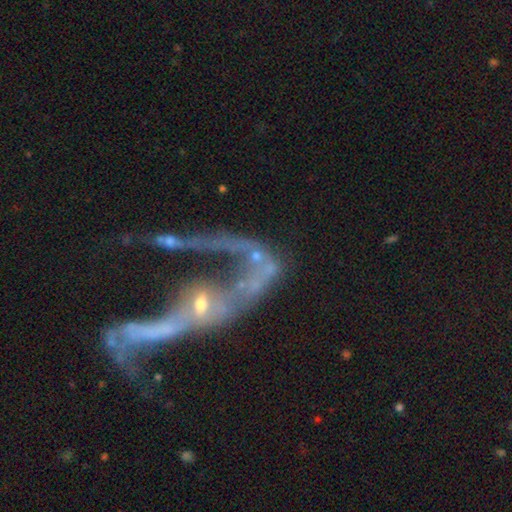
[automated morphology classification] The model was most divided on "merging": merger: 48%, major disturbance: 28%, none: 16%, minor disturbance: 9%. More confident: edge-on disk — no (88%); smooth or featured — featured or disk (53%).